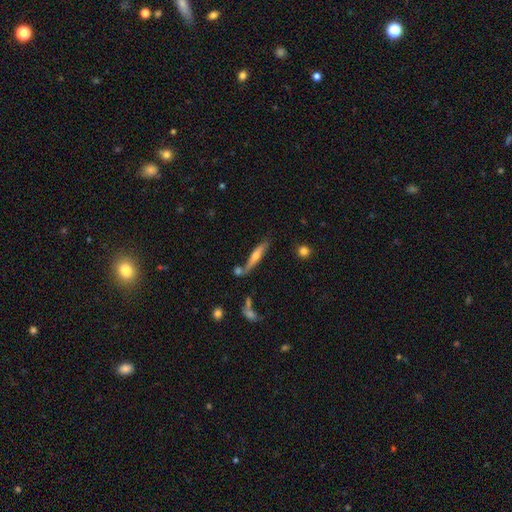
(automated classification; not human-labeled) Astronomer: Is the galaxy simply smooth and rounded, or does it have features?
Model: featured or disk — 48% (runner-up: smooth, 45%).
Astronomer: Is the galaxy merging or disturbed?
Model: none — 62%.